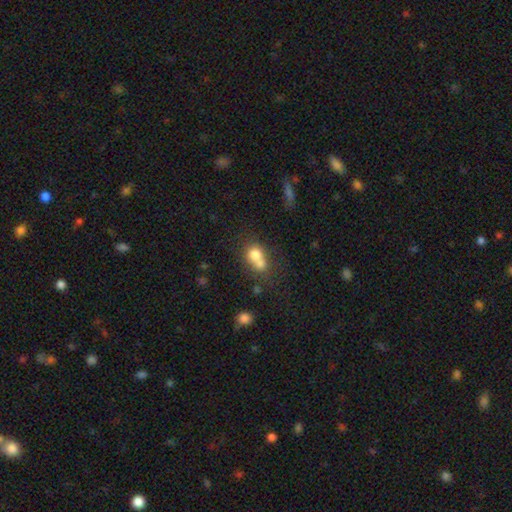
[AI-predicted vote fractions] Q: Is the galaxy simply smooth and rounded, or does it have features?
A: smooth — 73%.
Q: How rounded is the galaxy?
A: round — 68%.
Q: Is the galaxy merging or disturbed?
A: merger — 59%.